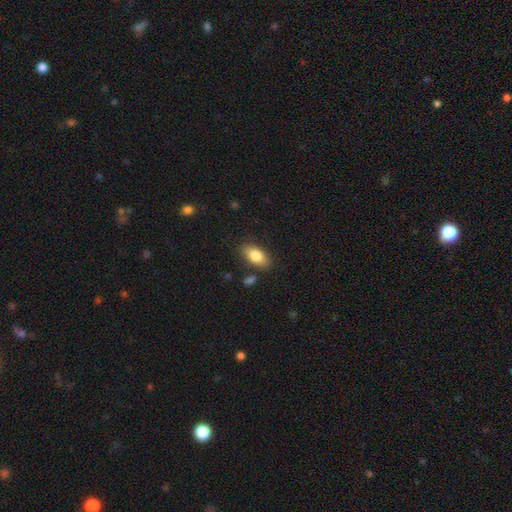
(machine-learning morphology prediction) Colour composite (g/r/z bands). It shows a smooth galaxy with no disk features (83%) that is in between round and cigar-shaped (90%). Merging: none (82%).